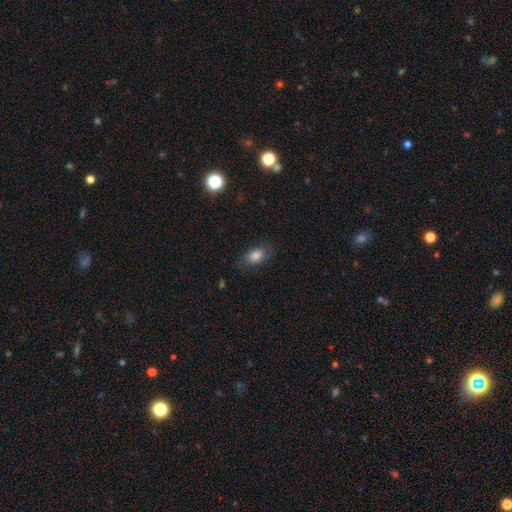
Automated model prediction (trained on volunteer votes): Smooth or featured: smooth — 82% (featured or disk — 9%)
How rounded: in between — 87% (round — 10%)
Merging: none — 77% (minor disturbance — 17%)